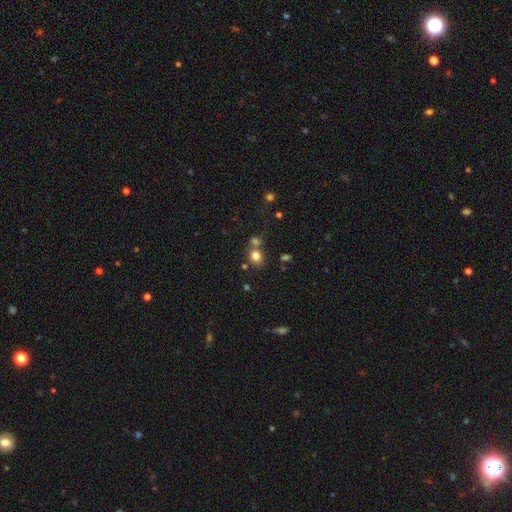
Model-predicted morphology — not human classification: A smooth galaxy with no disk features (80%) that is round (68%).

Vote fractions:
- Smooth or featured? smooth: 80% / star or artifact: 13% / featured or disk: 7%
- How rounded? round: 68% / in between: 31% / cigar-shaped: 1%
- Merging? none: 59% / merger: 28% / minor disturbance: 10% / major disturbance: 4%